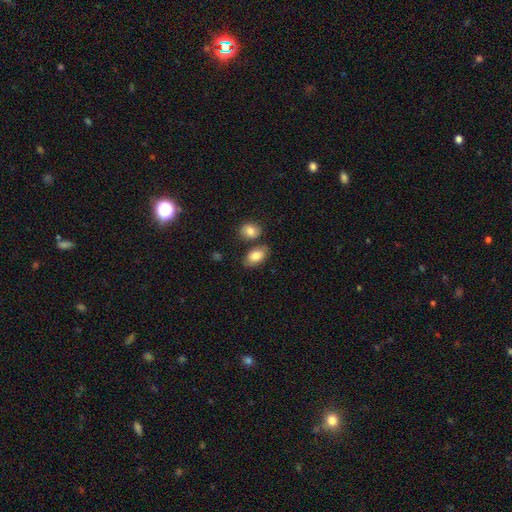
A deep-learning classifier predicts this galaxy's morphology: Smooth or featured? Predicted: smooth (p=0.82). How rounded? Predicted: in between (p=0.91). Merging? Predicted: none (p=0.68).